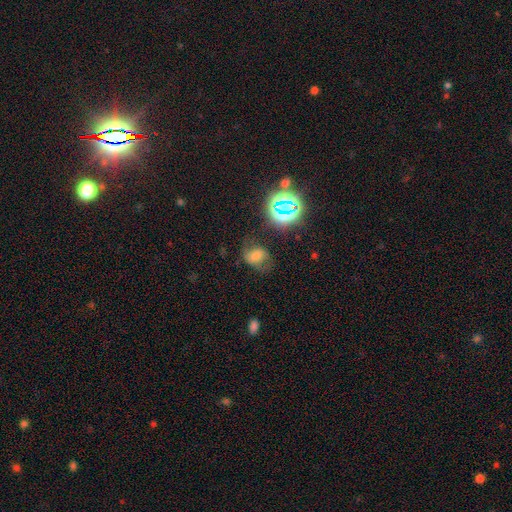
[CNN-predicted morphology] Smooth or featured? smooth (52%)
How rounded? in between (59%)
Merging? none (58%)